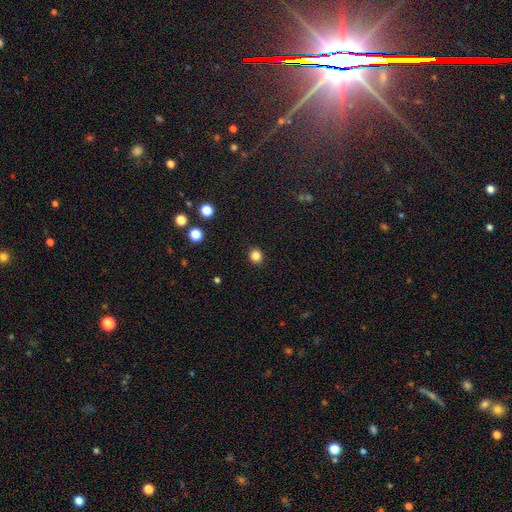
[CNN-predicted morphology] Smooth or featured: smooth — 84% (star or artifact — 12%)
How rounded: round — 84% (in between — 15%)
Merging: none — 92% (minor disturbance — 6%)